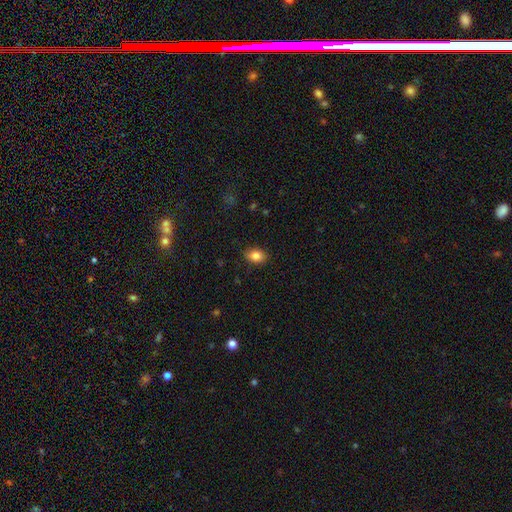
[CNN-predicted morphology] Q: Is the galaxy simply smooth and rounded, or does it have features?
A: smooth — 85%.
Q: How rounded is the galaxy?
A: in between — 80%.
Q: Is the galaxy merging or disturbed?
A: none — 87%.